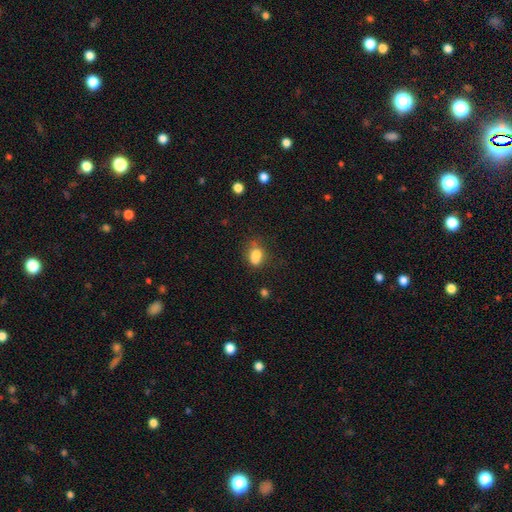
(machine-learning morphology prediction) smooth 79%, star or artifact 11%, featured or disk 10%. Down the decision tree: how rounded — in between (75%); merging — none (48%).